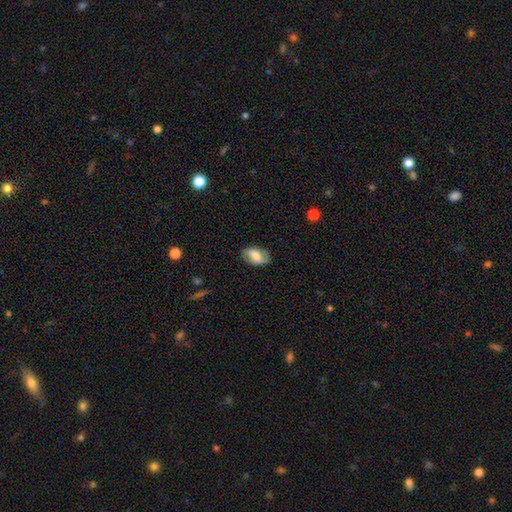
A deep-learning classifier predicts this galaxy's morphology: This appears to be a smooth galaxy with no disk features (55%) that is in between round and cigar-shaped (91%). Merging: none (76%).